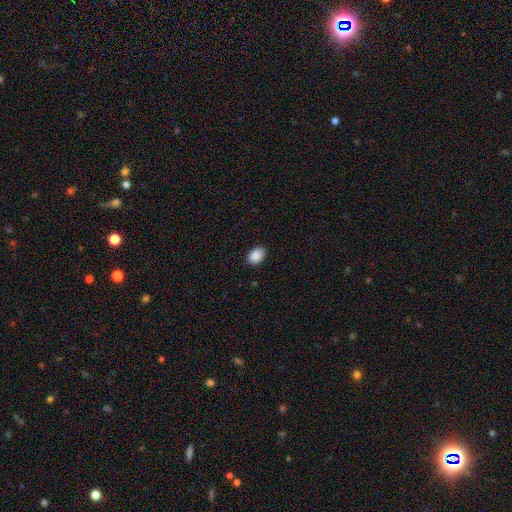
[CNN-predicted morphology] smooth_or_featured: smooth (p=0.90) [alt: star or artifact p=0.08]
how_rounded: in between (p=0.77) [alt: round p=0.22]
merging: none (p=0.88) [alt: minor disturbance p=0.10]